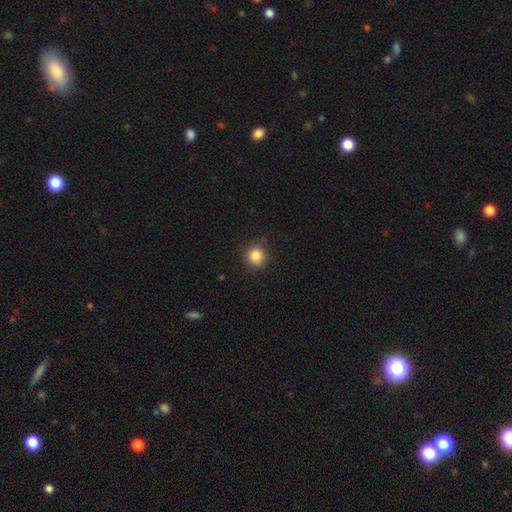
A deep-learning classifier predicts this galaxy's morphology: type=smooth (85%); roundness=round (90%); merging=none (84%).